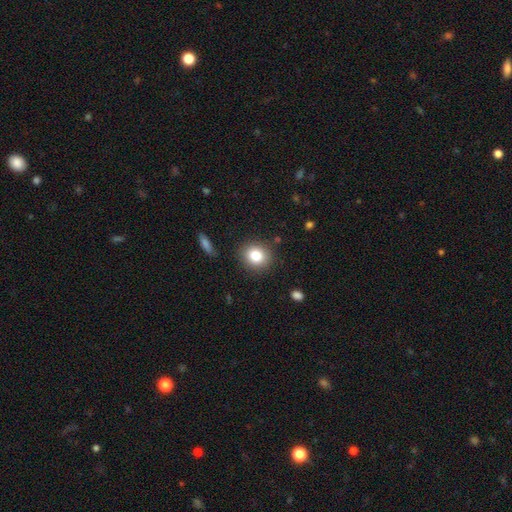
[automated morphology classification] smooth-or-featured: smooth: 83% | star or artifact: 10% | featured or disk: 7%
  how-rounded: round: 75% | in between: 24% | cigar-shaped: 1%
  merging: none: 87% | minor disturbance: 9% | major disturbance: 3% | merger: 2%